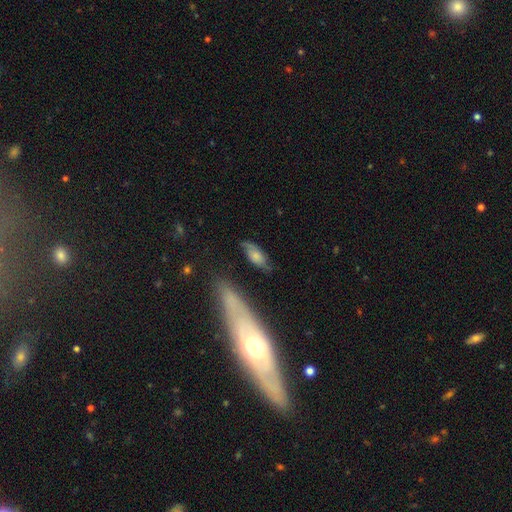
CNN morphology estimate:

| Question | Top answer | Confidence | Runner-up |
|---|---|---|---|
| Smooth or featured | smooth | 57% | featured or disk (36%) |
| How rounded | in between | 78% | cigar-shaped (18%) |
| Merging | none | 63% | minor disturbance (25%) |